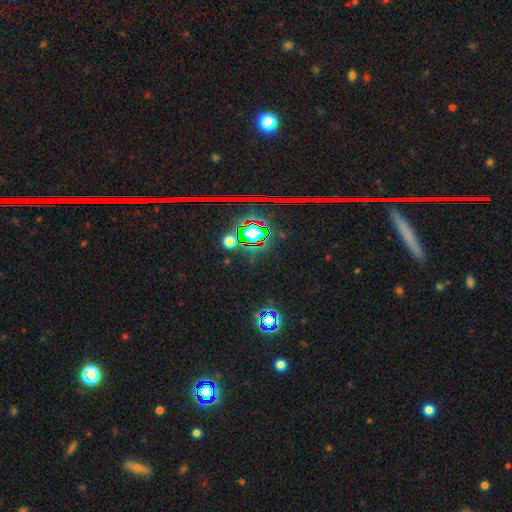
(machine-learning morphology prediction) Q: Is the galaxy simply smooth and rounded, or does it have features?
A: star or artifact — 77%.